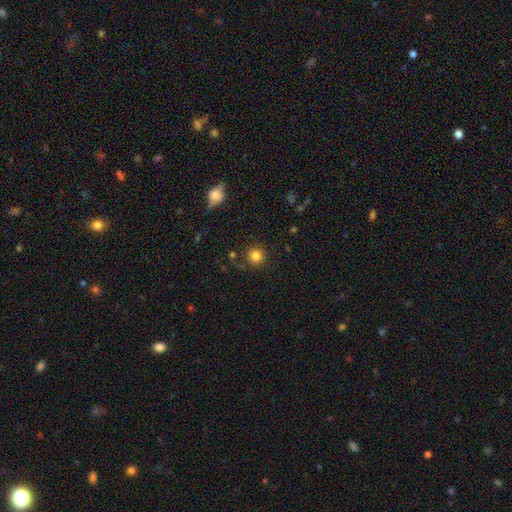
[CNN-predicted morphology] This is clearly a smooth galaxy (82%). How rounded: clearly round (93%). Merging: clearly none (84%).